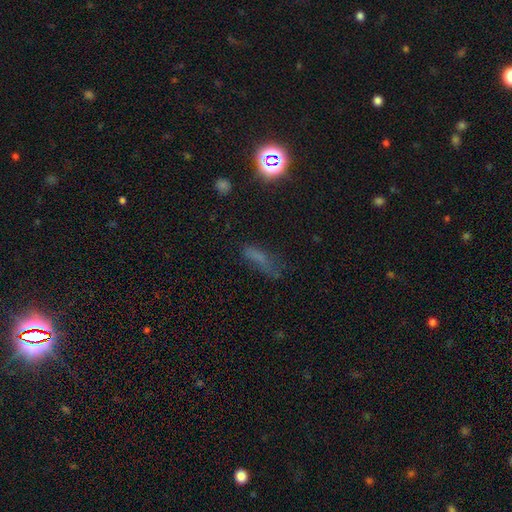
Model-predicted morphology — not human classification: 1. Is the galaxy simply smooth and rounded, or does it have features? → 52% smooth, 28% star or artifact, 20% featured or disk.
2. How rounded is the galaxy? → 48% cigar-shaped, 45% in between, 7% round.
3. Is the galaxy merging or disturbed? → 50% none, 26% minor disturbance, 19% major disturbance, 4% merger.